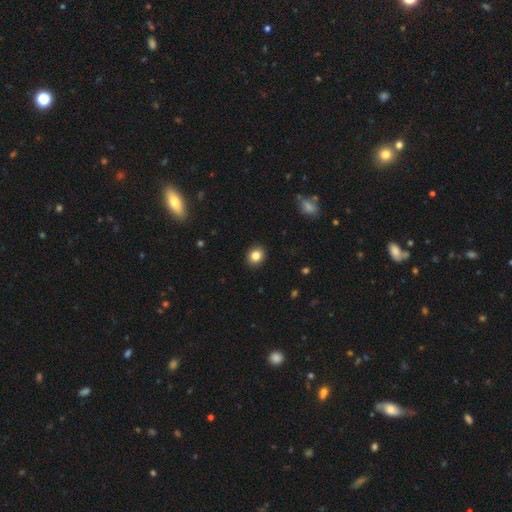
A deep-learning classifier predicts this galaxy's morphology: This is clearly a smooth galaxy (84%). How rounded: likely round (71%). Merging: clearly none (91%).